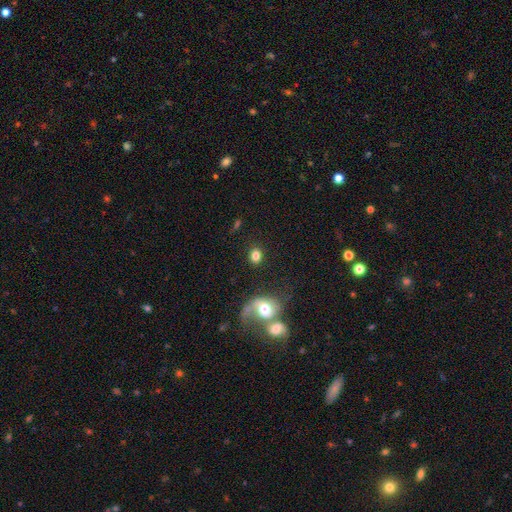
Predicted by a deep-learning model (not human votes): Smooth or featured?
  - smooth: 78% *
  - featured or disk: 13%
  - star or artifact: 9%
How rounded?
  - round: 57% *
  - in between: 41%
  - cigar-shaped: 1%
Merging?
  - none: 75% *
  - merger: 10%
  - minor disturbance: 9%
  - major disturbance: 7%